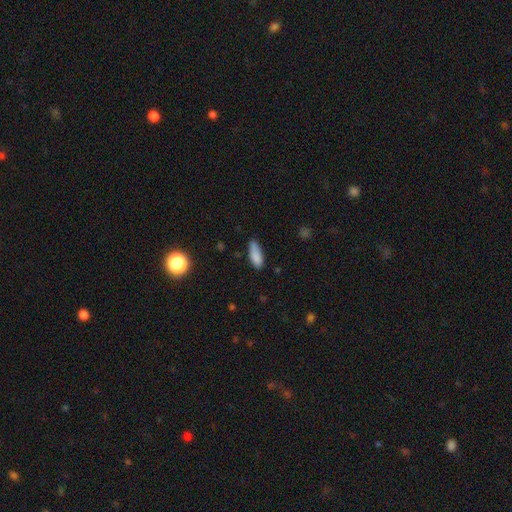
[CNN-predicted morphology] type=smooth (86%); roundness=in between (70%); merging=none (65%).